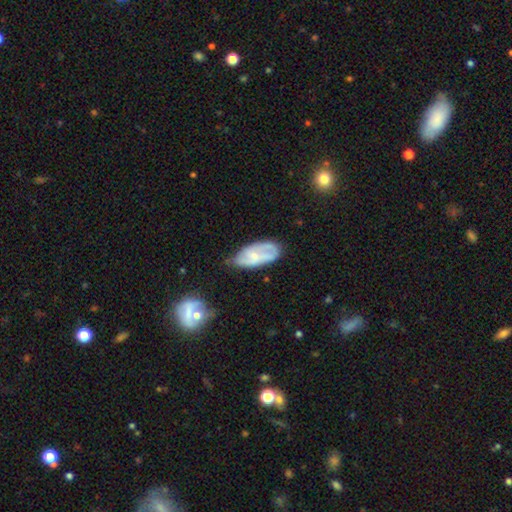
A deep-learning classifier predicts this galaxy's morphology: The model was most divided on "merging": none: 48%, minor disturbance: 36%, major disturbance: 13%, merger: 4%. More confident: edge-on disk — no (92%); smooth or featured — featured or disk (54%).